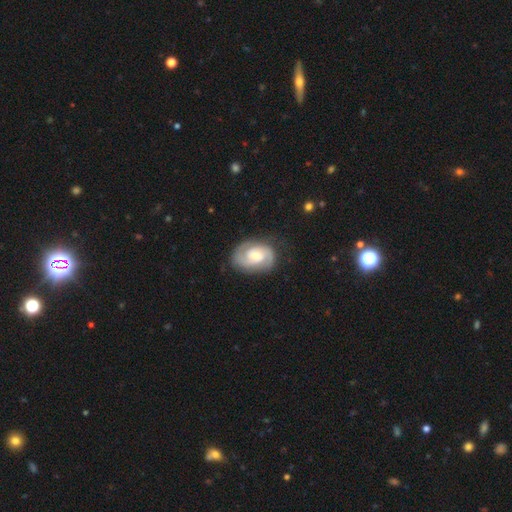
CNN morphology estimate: A featured or disk galaxy (81%) with no bar (46%), 2 (81%) tight (48%) spiral arms (95%) and a moderate central bulge (55%).

Vote fractions:
- Smooth or featured? featured or disk: 81% / smooth: 14% / star or artifact: 5%
- Edge-on disk? no: 97% / yes: 3%
- Bar? no: 46% / weak: 45% / strong: 9%
- Spiral arms? yes: 95% / no: 5%
- Spiral winding? tight: 48% / medium: 42% / loose: 10%
- Spiral arm count? 2: 81% / can't tell: 9% / 3: 5% / 1: 3% / 4: 1% / more than 4: 1%
- Bulge size? moderate: 55% / small: 36% / large: 6% / none: 2% / dominant: 1%
- Merging? none: 76% / minor disturbance: 17% / major disturbance: 6% / merger: 1%